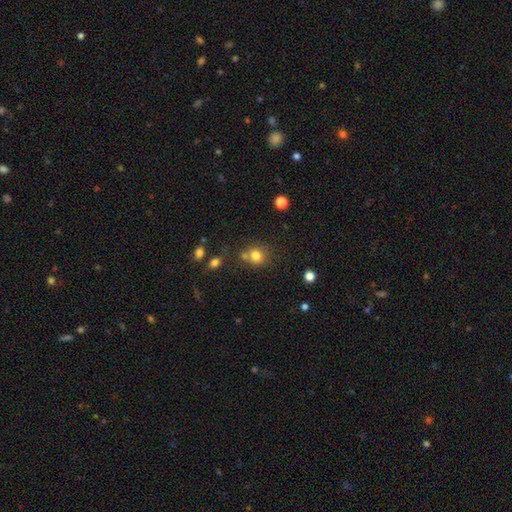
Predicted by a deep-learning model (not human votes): smooth-or-featured: smooth: 78% | star or artifact: 13% | featured or disk: 8%
  how-rounded: round: 83% | in between: 17% | cigar-shaped: 1%
  merging: none: 61% | merger: 22% | minor disturbance: 12% | major disturbance: 4%